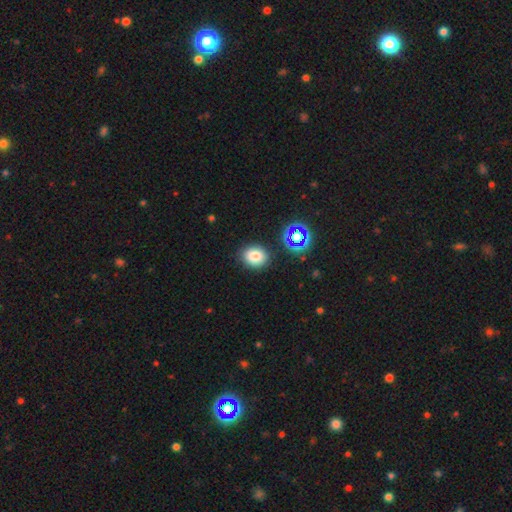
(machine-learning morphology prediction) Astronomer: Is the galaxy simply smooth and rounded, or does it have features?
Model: smooth — 78%.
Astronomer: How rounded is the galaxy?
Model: round — 58% (runner-up: in between, 41%).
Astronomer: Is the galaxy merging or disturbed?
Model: none — 85%.